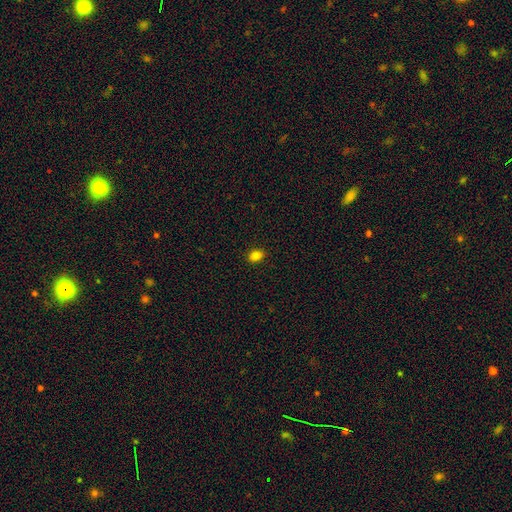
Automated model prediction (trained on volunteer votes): Smooth or featured: smooth — 84% (star or artifact — 12%)
How rounded: in between — 70% (round — 28%)
Merging: none — 90% (minor disturbance — 7%)